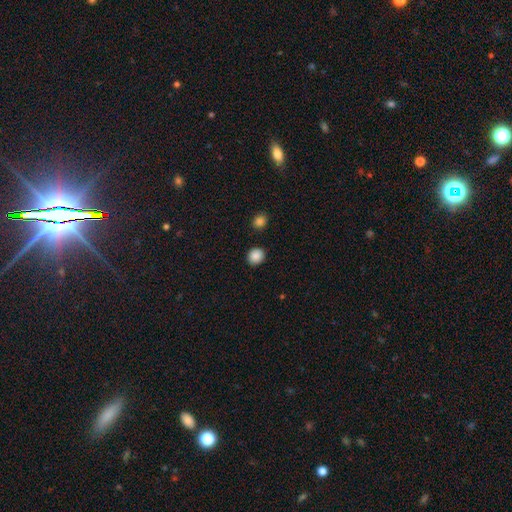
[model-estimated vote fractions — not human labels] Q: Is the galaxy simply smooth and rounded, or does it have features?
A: smooth — 88%.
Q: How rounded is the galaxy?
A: round — 85%.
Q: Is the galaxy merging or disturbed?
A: none — 89%.